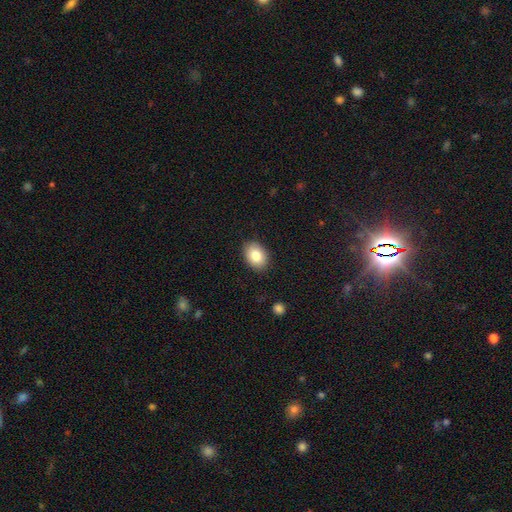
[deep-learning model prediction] Smooth or featured: smooth — 83% (featured or disk — 10%)
How rounded: in between — 76% (round — 23%)
Merging: none — 88% (minor disturbance — 9%)